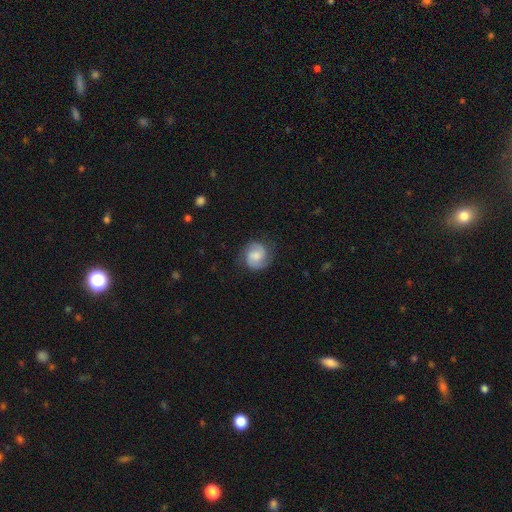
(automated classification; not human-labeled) Smooth or featured: featured or disk — 73% (smooth — 21%)
Edge-on disk: no — 98% (yes — 2%)
Bar: no — 51% (weak — 41%)
Spiral arms: yes — 96% (no — 4%)
Spiral winding: medium — 48% (tight — 36%)
Spiral arm count: 2 — 91% (can't tell — 4%)
Bulge size: moderate — 39% (small — 31%)
Merging: none — 81% (minor disturbance — 13%)